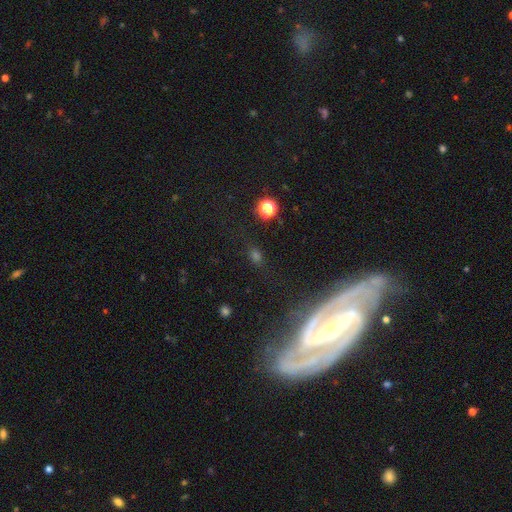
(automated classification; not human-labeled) Q: Smooth or featured?
A: featured or disk (43%); runner-up: smooth (33%)
Q: Merging?
A: none (72%); runner-up: minor disturbance (14%)